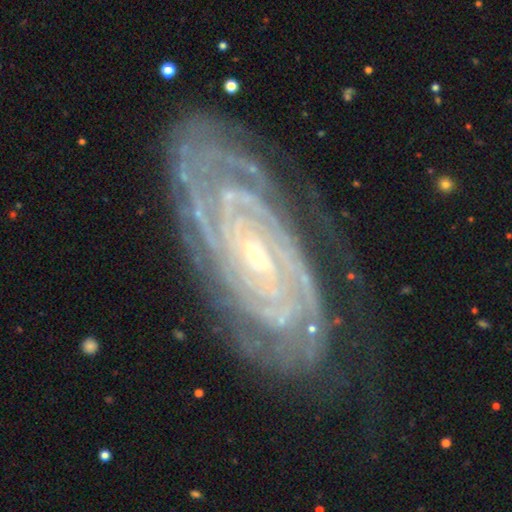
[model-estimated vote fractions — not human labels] smooth-or-featured: featured or disk: 90% | star or artifact: 6% | smooth: 4%
  disk-edge-on: no: 94% | yes: 6%
    bar: no: 45% | weak: 35% | strong: 21%
    has-spiral-arms: yes: 98% | no: 2%
      spiral-winding: tight: 84% | medium: 13% | loose: 2%
      spiral-arm-count: can't tell: 26% | 2: 20% | 4: 17% | 3: 16% | more than 4: 14% | 1: 7%
    bulge-size: small: 74% | moderate: 22% | none: 2% | large: 1% | dominant: 1%
  merging: none: 78% | minor disturbance: 15% | major disturbance: 5% | merger: 1%